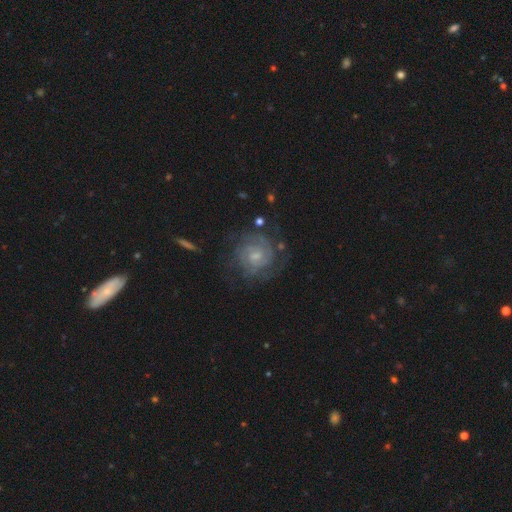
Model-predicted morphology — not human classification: type=featured or disk (80%); edge-on=no (98%); bar=no (49%); spiral arms=yes (93%); winding=tight (67%); arm count=can't tell (38%); bulge=small (57%); merging=none (69%).